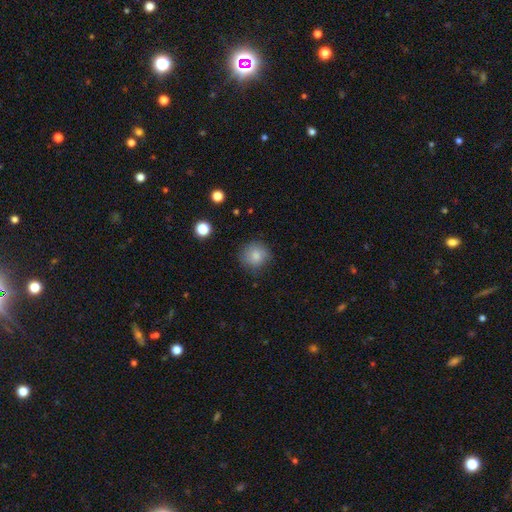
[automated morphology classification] smooth 82%, star or artifact 9%, featured or disk 9%. Down the decision tree: how rounded — round (91%); merging — none (80%).